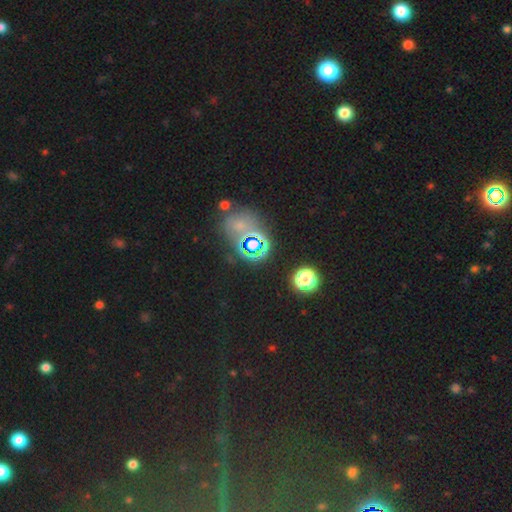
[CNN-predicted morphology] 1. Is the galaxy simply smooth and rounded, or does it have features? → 67% star or artifact, 24% smooth, 9% featured or disk.